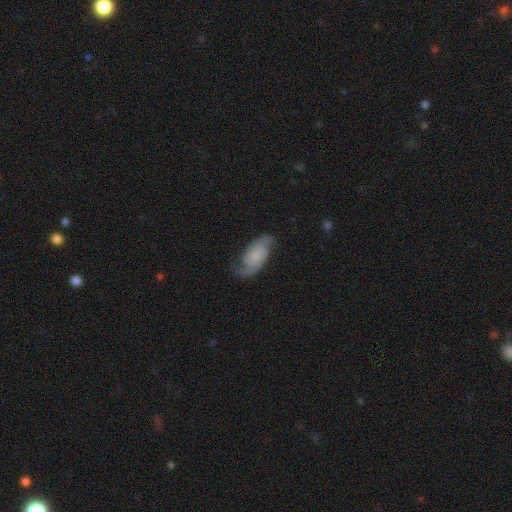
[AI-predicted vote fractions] Smooth or featured? Predicted: featured or disk (p=0.81). Edge-on disk? Predicted: no (p=0.96). Bar? Predicted: no (p=0.67). Spiral arms? Predicted: yes (p=0.97). Spiral winding? Predicted: medium (p=0.46). Spiral arm count? Predicted: 2 (p=0.90). Bulge size? Predicted: small (p=0.47). Merging? Predicted: none (p=0.73).